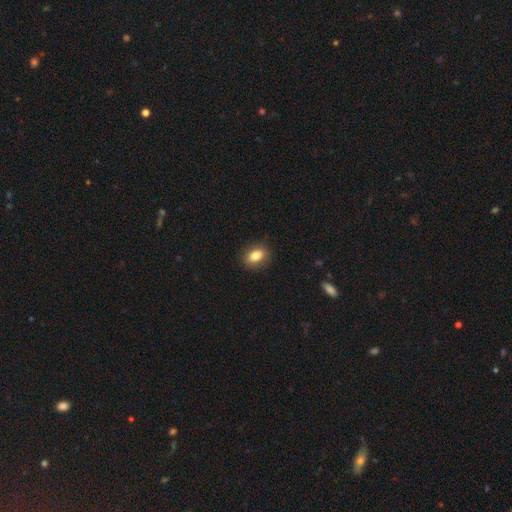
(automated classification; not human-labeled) This is clearly a smooth galaxy (84%). How rounded: likely in between (77%). Merging: clearly none (87%).